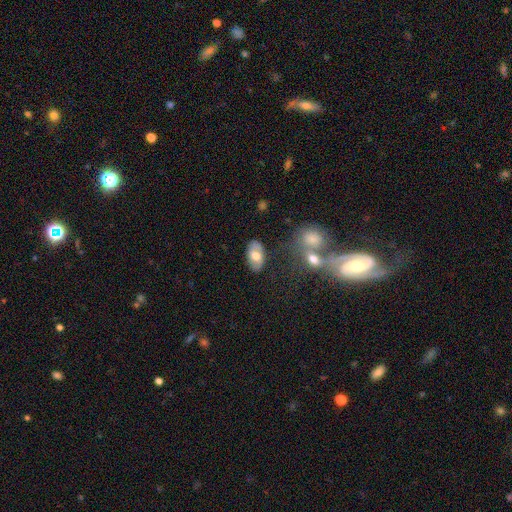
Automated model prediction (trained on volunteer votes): smooth-or-featured: smooth: 64% | featured or disk: 29% | star or artifact: 7%
  how-rounded: in between: 93% | round: 5% | cigar-shaped: 2%
  merging: none: 78% | minor disturbance: 14% | merger: 4% | major disturbance: 4%